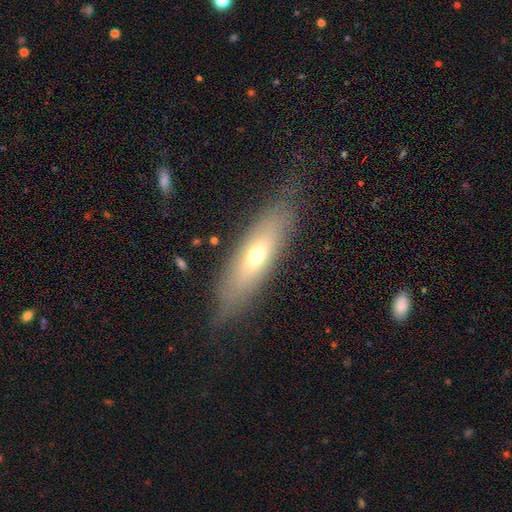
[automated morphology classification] Smooth or featured?
  - smooth: 56% *
  - featured or disk: 35%
  - star or artifact: 9%
How rounded?
  - in between: 51% *
  - cigar-shaped: 46%
  - round: 3%
Merging?
  - none: 77% *
  - minor disturbance: 15%
  - major disturbance: 6%
  - merger: 1%